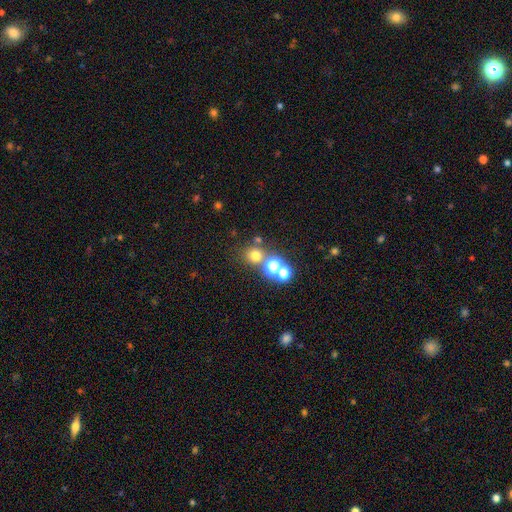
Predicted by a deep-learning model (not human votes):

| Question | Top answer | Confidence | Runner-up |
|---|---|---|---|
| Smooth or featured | smooth | 66% | star or artifact (25%) |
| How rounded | round | 88% | in between (11%) |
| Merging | none | 67% | merger (22%) |